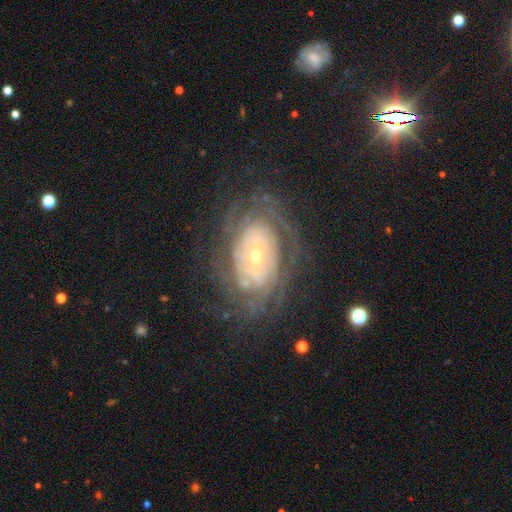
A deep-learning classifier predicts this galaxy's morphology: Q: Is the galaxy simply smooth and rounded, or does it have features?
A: featured or disk — 84%.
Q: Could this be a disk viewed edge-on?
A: no — 95%.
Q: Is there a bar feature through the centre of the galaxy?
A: no — 62%.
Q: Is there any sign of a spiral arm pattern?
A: yes — 91%.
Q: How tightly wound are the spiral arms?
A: tight — 75%.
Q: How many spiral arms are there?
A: can't tell — 49%.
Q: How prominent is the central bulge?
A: small — 63%.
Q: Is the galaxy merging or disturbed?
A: none — 72%.